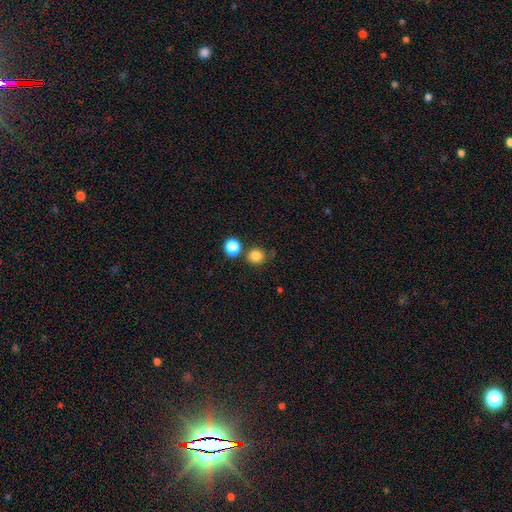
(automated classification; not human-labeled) Overall: smooth (83%). How rounded: round (88%). Merging: none (74%).